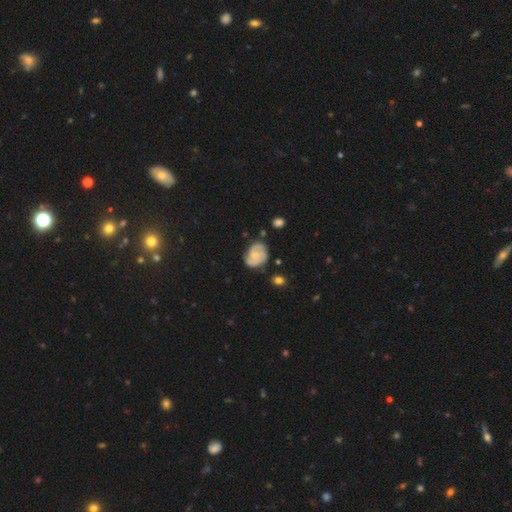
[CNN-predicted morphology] The model was most divided on "spiral winding": tight: 46%, medium: 40%, loose: 14%. More confident: edge-on disk — no (97%); spiral arms — yes (87%); bar — no (65%); merging — none (63%); smooth or featured — featured or disk (62%); bulge size — small (55%); spiral arm count — 2 (54%).